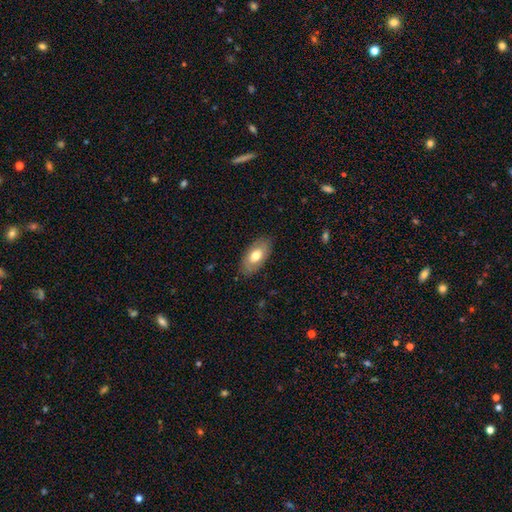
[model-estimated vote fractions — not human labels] smooth_or_featured: smooth (p=0.69) [alt: featured or disk p=0.25]
how_rounded: in between (p=0.93) [alt: round p=0.04]
merging: none (p=0.84) [alt: minor disturbance p=0.12]